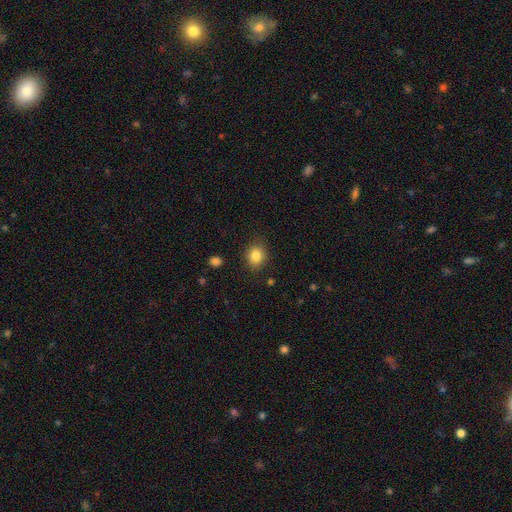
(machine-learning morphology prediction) Smooth or featured: smooth — 85% (star or artifact — 10%)
How rounded: round — 68% (in between — 31%)
Merging: none — 85% (minor disturbance — 10%)